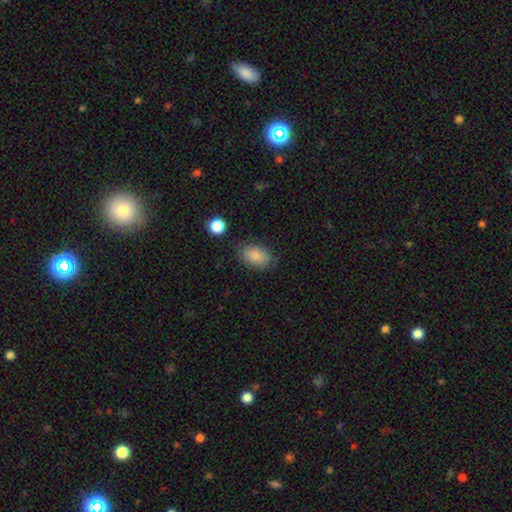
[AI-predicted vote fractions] The model was most divided on "merging": none: 76%, minor disturbance: 17%, major disturbance: 5%, merger: 2%. More confident: smooth or featured — smooth (86%); how rounded — in between (85%).